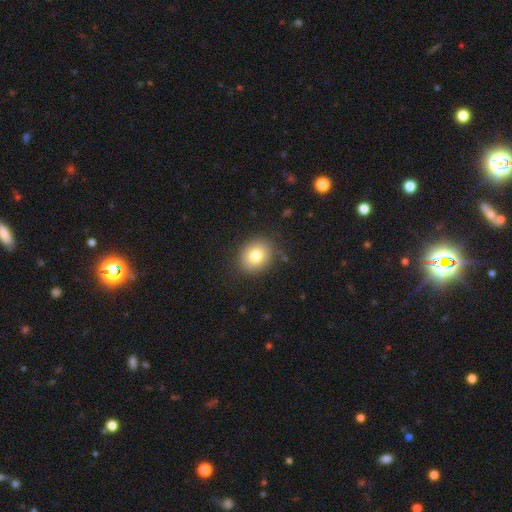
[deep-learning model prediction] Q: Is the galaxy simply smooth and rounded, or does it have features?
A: smooth — 79%.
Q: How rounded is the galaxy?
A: round — 56%.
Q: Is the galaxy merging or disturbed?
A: none — 85%.